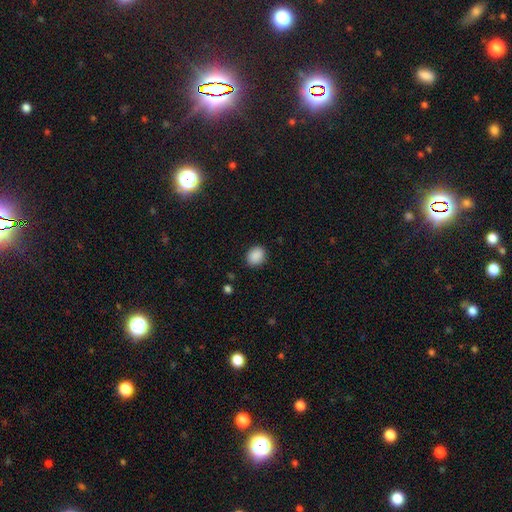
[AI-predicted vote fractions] smooth_or_featured: smooth (p=0.89) [alt: star or artifact p=0.09]
how_rounded: round (p=0.57) [alt: in between p=0.42]
merging: none (p=0.88) [alt: minor disturbance p=0.09]